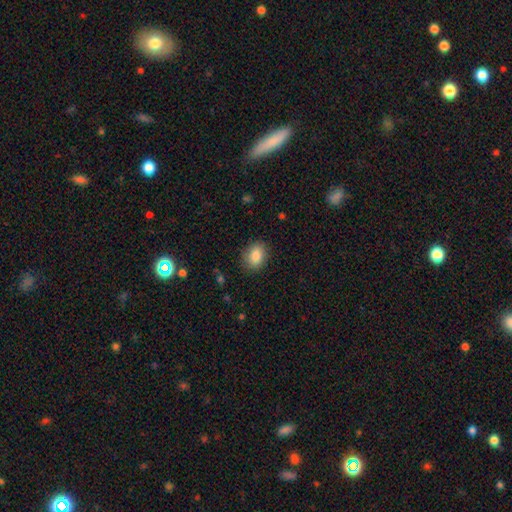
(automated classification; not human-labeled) Q: Smooth or featured?
A: smooth (84%); runner-up: star or artifact (8%)
Q: How rounded?
A: in between (70%); runner-up: round (28%)
Q: Merging?
A: none (86%); runner-up: minor disturbance (10%)